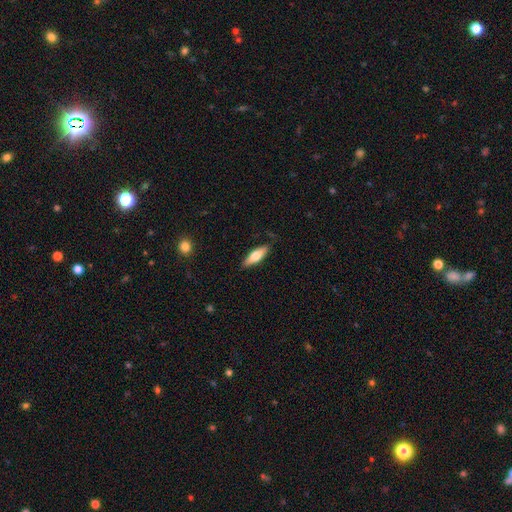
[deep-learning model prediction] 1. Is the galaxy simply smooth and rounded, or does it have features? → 65% smooth, 29% featured or disk, 6% star or artifact.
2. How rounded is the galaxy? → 50% in between, 48% cigar-shaped, 2% round.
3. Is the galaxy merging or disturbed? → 84% none, 12% minor disturbance, 2% major disturbance, 1% merger.